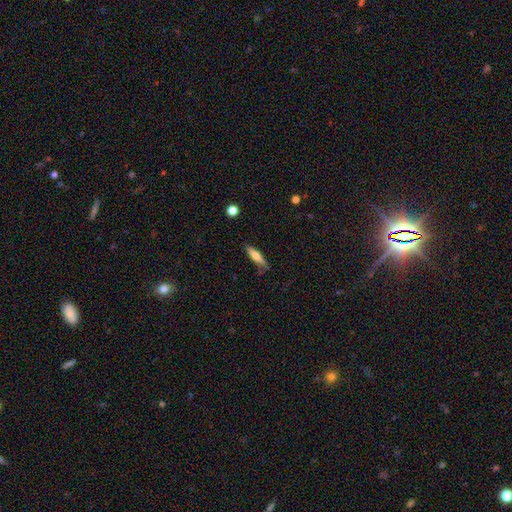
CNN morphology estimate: type=smooth (64%); roundness=cigar-shaped (73%); merging=none (77%).